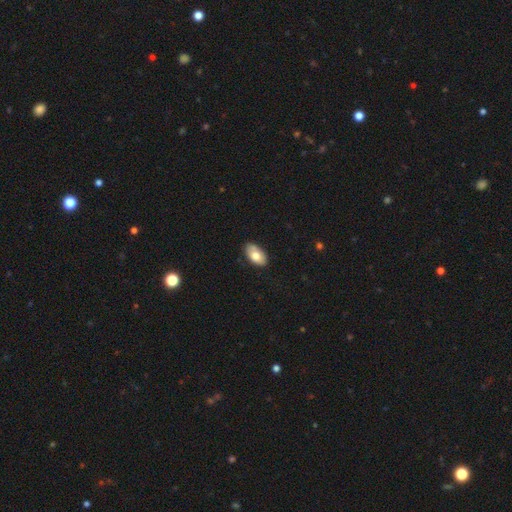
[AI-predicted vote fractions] Smooth or featured: smooth — 77% (featured or disk — 17%)
How rounded: in between — 94% (round — 4%)
Merging: none — 77% (minor disturbance — 19%)